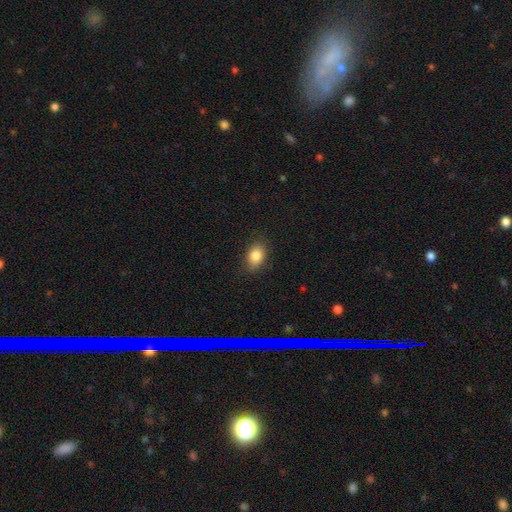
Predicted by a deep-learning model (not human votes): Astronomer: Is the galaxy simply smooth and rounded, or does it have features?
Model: smooth — 85%.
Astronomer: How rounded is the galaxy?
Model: in between — 76%.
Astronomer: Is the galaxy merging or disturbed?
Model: none — 85%.